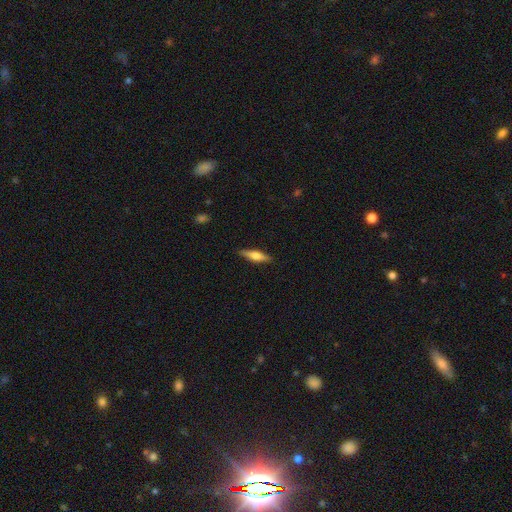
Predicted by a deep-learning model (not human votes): A smooth galaxy with no disk features (52%) that is cigar-shaped (66%). Merging: none (88%).